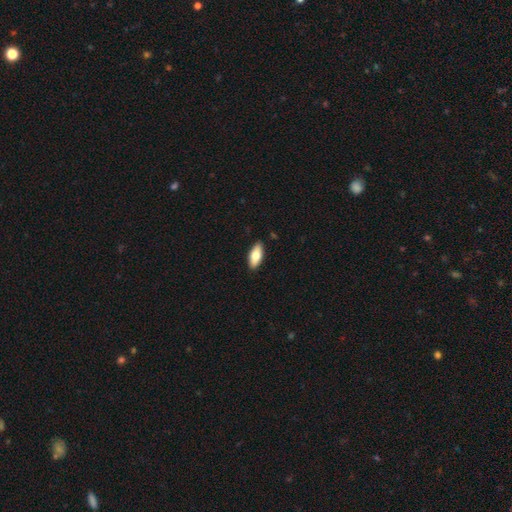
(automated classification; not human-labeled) Smooth or featured?
  - smooth: 75% *
  - featured or disk: 19%
  - star or artifact: 6%
How rounded?
  - in between: 82% *
  - cigar-shaped: 16%
  - round: 2%
Merging?
  - none: 89% *
  - minor disturbance: 9%
  - major disturbance: 2%
  - merger: 1%